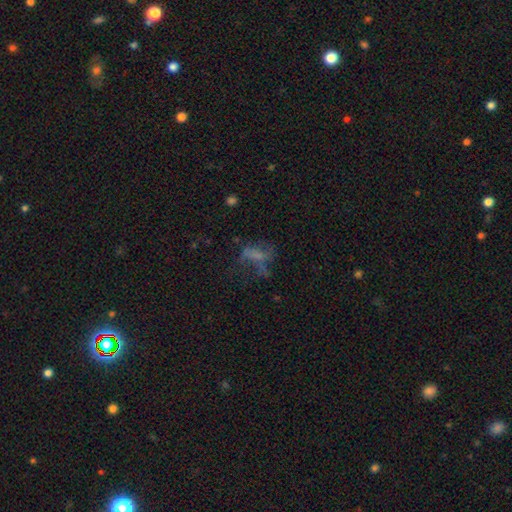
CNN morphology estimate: featured or disk 38%, smooth 36%, star or artifact 25%. Down the decision tree: merging — major disturbance (44%).